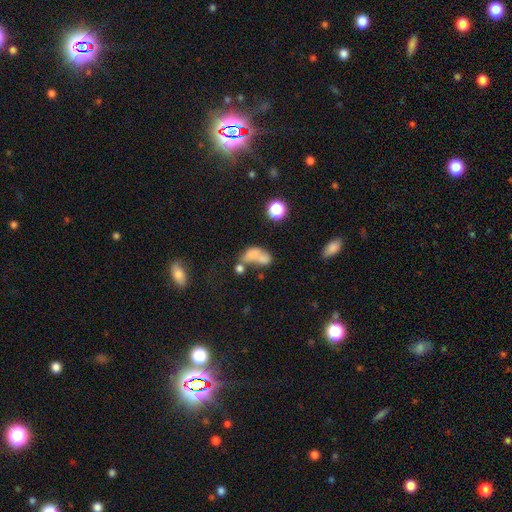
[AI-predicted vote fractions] This is likely a smooth galaxy (61%). How rounded: clearly in between (81%). Merging: possibly merger (55%).